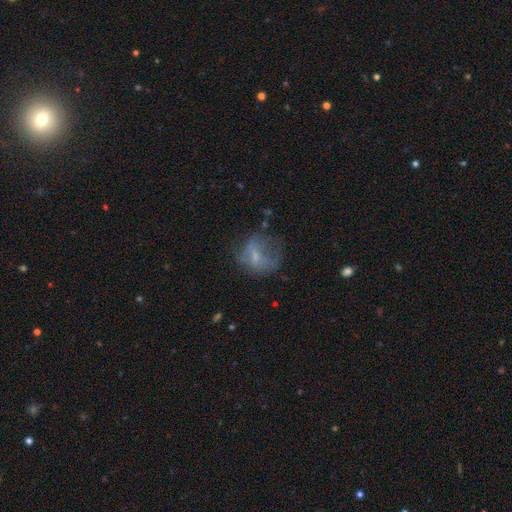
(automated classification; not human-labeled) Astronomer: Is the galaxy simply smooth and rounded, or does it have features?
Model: smooth — 48% (runner-up: featured or disk, 38%).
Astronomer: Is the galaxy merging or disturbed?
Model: major disturbance — 38% (runner-up: none, 36%).